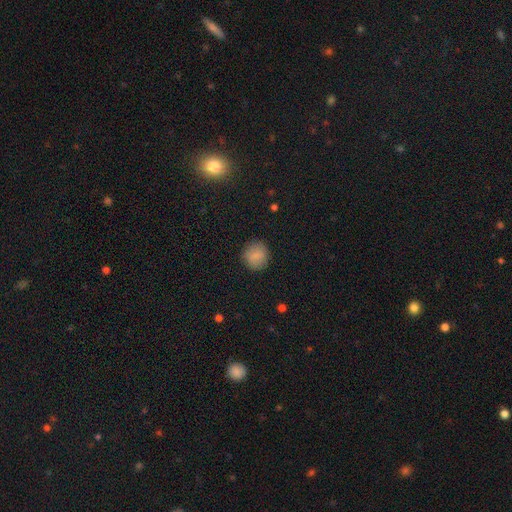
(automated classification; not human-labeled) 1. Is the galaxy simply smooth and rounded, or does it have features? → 84% smooth, 8% star or artifact, 7% featured or disk.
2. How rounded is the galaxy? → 89% round, 10% in between, 1% cigar-shaped.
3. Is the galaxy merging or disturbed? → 88% none, 8% minor disturbance, 3% major disturbance, 1% merger.